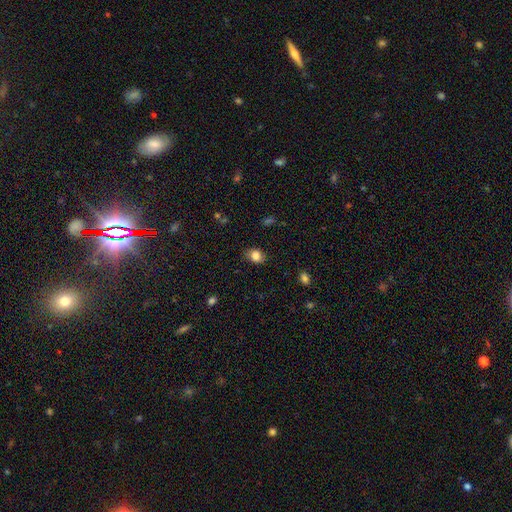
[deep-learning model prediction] smooth_or_featured: smooth (p=0.84) [alt: star or artifact p=0.09]
how_rounded: in between (p=0.65) [alt: round p=0.34]
merging: none (p=0.79) [alt: minor disturbance p=0.16]